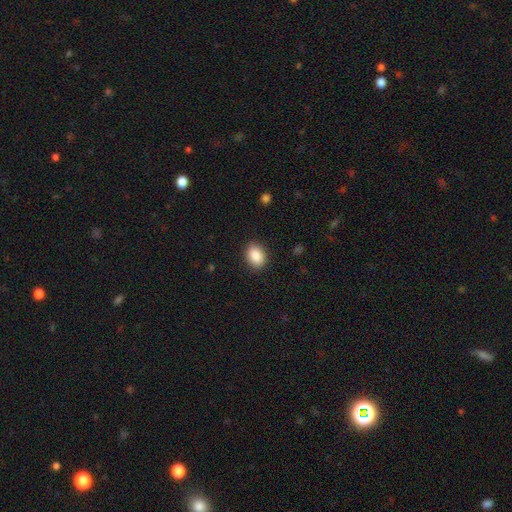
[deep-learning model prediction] Smooth or featured? Predicted: smooth (p=0.89). How rounded? Predicted: in between (p=0.70). Merging? Predicted: none (p=0.89).